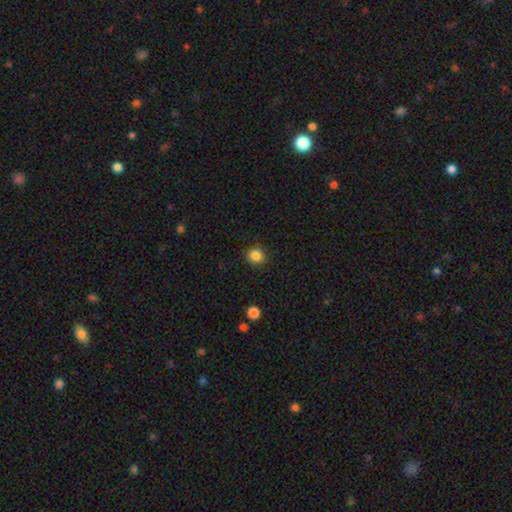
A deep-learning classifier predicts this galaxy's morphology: Smooth or featured? smooth (85%)
How rounded? round (84%)
Merging? none (88%)